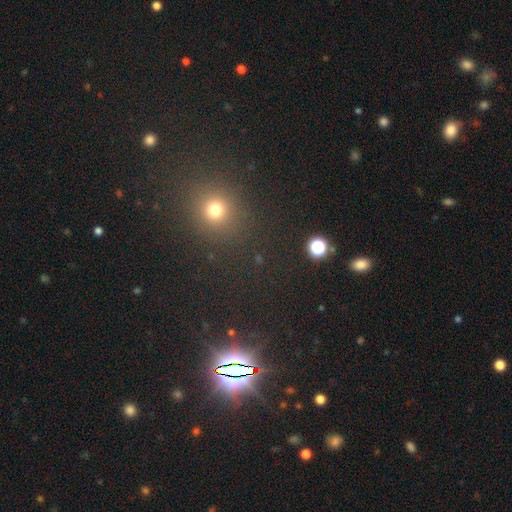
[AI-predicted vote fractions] Overall: star or artifact (47%; smooth 46%).